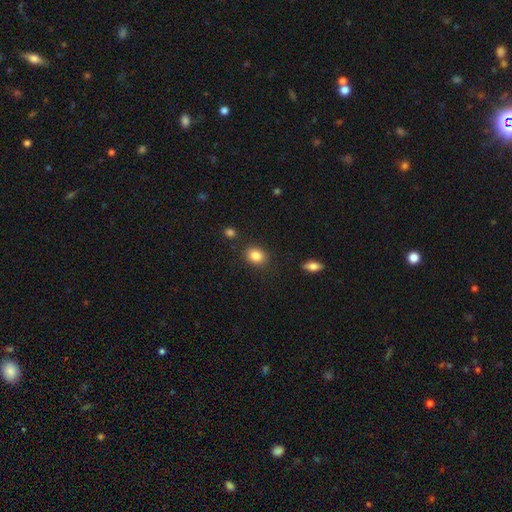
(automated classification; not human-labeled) Q: Smooth or featured?
A: smooth (85%); runner-up: star or artifact (9%)
Q: How rounded?
A: in between (51%); runner-up: round (48%)
Q: Merging?
A: none (86%); runner-up: minor disturbance (9%)